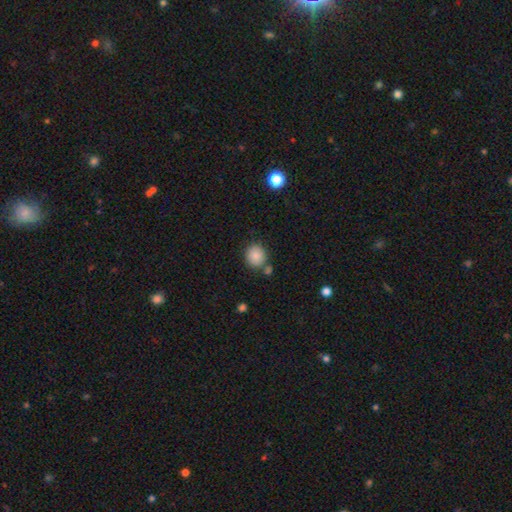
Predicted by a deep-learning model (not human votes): Smooth or featured? Predicted: smooth (p=0.86). How rounded? Predicted: round (p=0.82). Merging? Predicted: none (p=0.73).